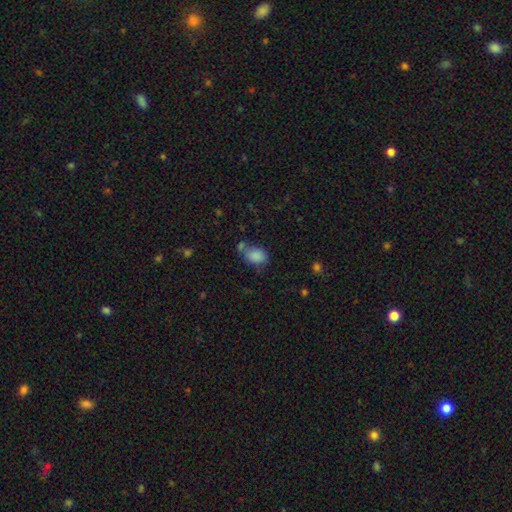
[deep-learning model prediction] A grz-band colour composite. It shows a smooth galaxy with no disk features (85%) that is in between round and cigar-shaped (74%). Merging: none (55%).